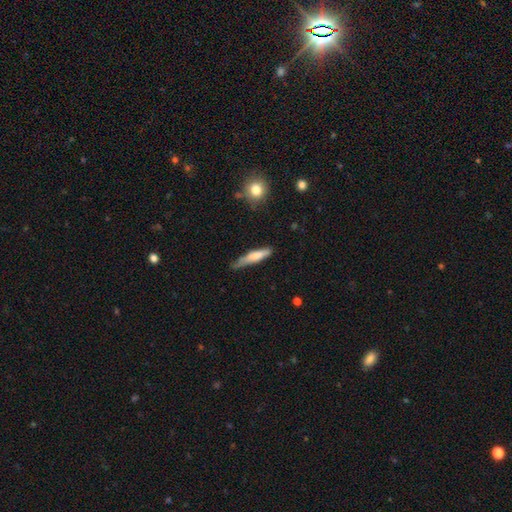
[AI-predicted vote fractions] A smooth galaxy with no disk features (66%) that is cigar-shaped (85%). Merging: none (54%).